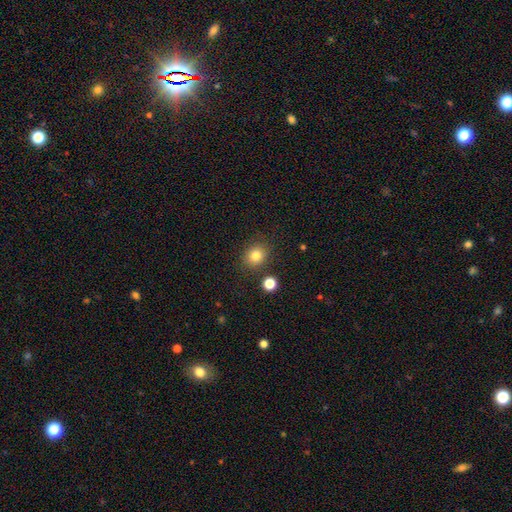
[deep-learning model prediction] A smooth galaxy with no disk features (82%) that is round (75%).

Vote fractions:
- Smooth or featured? smooth: 82% / star or artifact: 12% / featured or disk: 6%
- How rounded? round: 75% / in between: 24% / cigar-shaped: 1%
- Merging? none: 84% / minor disturbance: 9% / merger: 4% / major disturbance: 3%